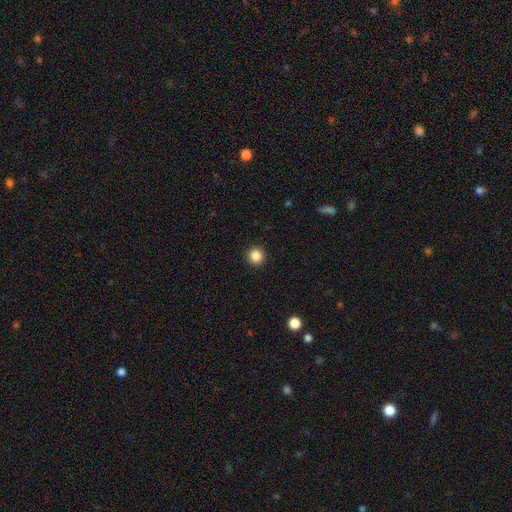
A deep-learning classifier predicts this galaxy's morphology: A smooth galaxy with no disk features (86%) that is round (95%). Merging: none (93%).